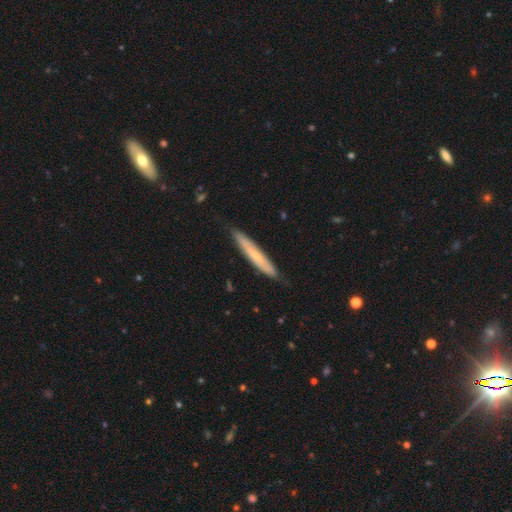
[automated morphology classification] Smooth or featured?
  - smooth: 52% *
  - featured or disk: 42%
  - star or artifact: 6%
How rounded?
  - cigar-shaped: 93% *
  - in between: 5%
  - round: 1%
Merging?
  - none: 85% *
  - minor disturbance: 13%
  - major disturbance: 2%
  - merger: 1%